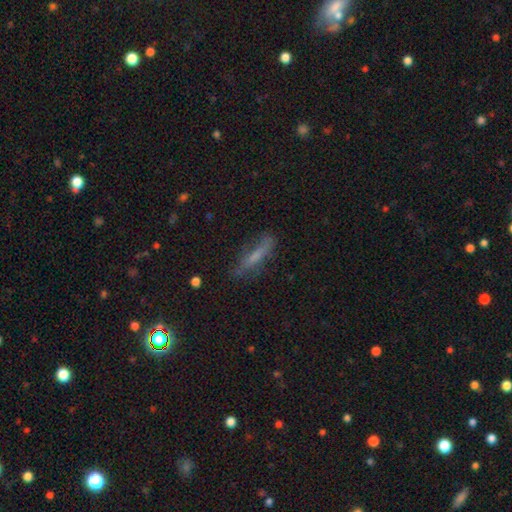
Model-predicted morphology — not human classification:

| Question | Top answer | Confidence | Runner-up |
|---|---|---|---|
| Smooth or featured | smooth | 55% | featured or disk (33%) |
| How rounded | cigar-shaped | 77% | in between (20%) |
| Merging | none | 63% | minor disturbance (24%) |